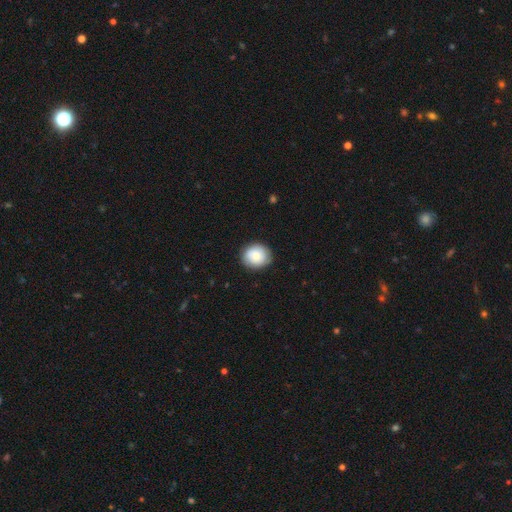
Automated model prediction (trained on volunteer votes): A smooth galaxy with no disk features (80%) that is round (79%).

Vote fractions:
- Smooth or featured? smooth: 80% / featured or disk: 13% / star or artifact: 7%
- How rounded? round: 79% / in between: 20% / cigar-shaped: 1%
- Merging? none: 85% / minor disturbance: 12% / major disturbance: 3% / merger: 1%